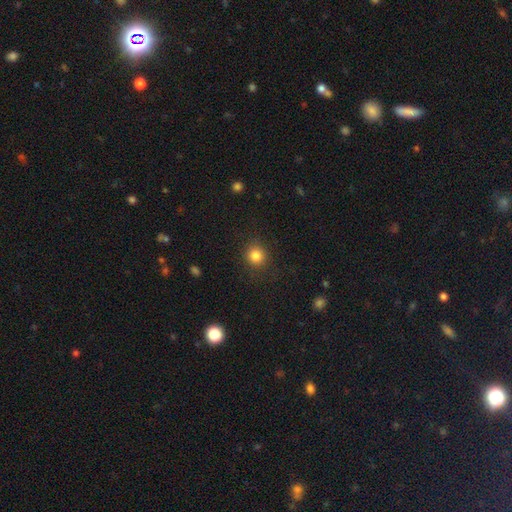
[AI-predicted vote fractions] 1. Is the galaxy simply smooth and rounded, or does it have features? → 84% smooth, 12% star or artifact, 5% featured or disk.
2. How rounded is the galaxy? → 89% round, 10% in between, 1% cigar-shaped.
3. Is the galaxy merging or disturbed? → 88% none, 8% minor disturbance, 3% major disturbance, 1% merger.